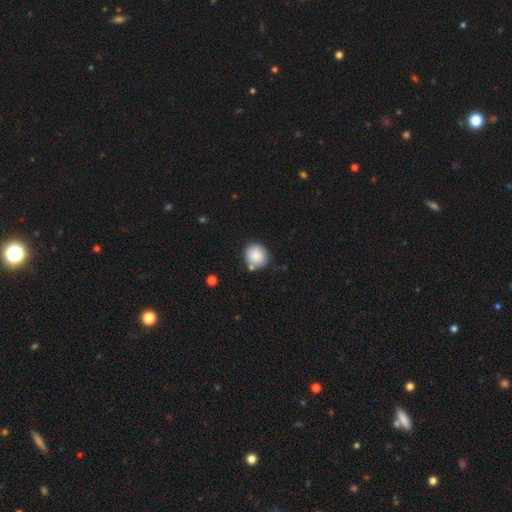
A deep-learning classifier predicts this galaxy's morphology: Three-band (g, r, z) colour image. It shows a smooth galaxy with no disk features (85%) that is round (81%). Merging: none (71%).